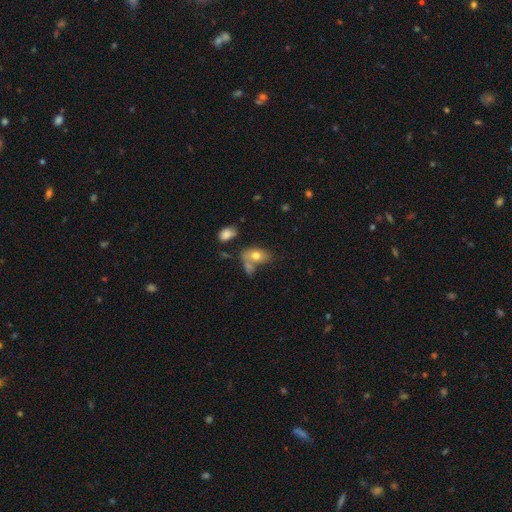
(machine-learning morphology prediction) This appears to be a smooth galaxy with no disk features (73%) that is in between round and cigar-shaped (85%). Merging: none (38%).